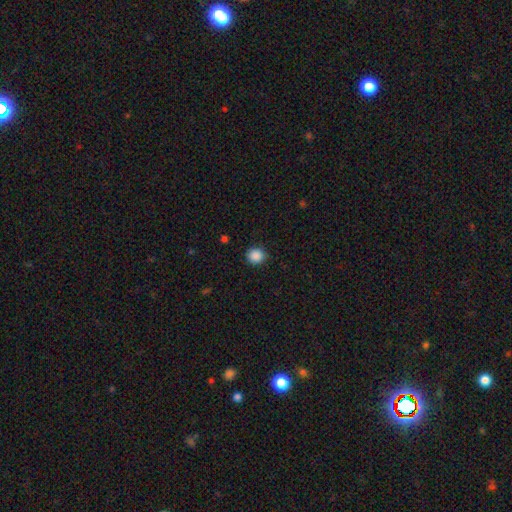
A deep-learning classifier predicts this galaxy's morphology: A smooth galaxy with no disk features (88%) that is round (87%). Merging: none (89%).